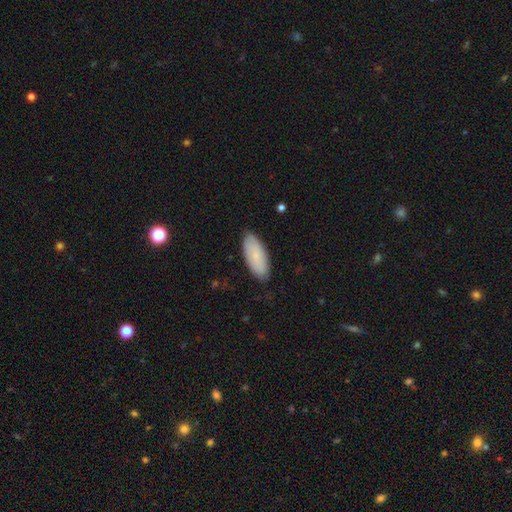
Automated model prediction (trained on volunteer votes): A smooth galaxy with no disk features (80%) that is in between round and cigar-shaped (82%).

Vote fractions:
- Smooth or featured? smooth: 80% / featured or disk: 13% / star or artifact: 6%
- How rounded? in between: 82% / cigar-shaped: 16% / round: 2%
- Merging? none: 84% / minor disturbance: 13% / major disturbance: 2% / merger: 1%